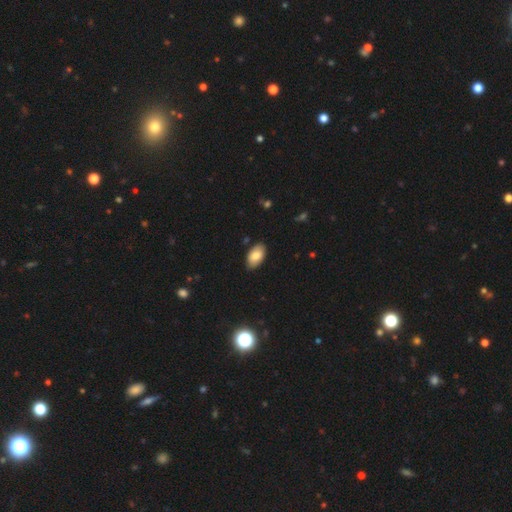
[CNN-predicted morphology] A smooth galaxy with no disk features (82%) that is in between round and cigar-shaped (95%). Merging: none (85%).